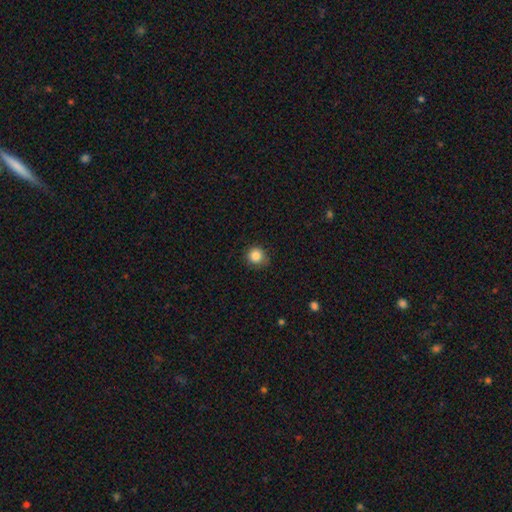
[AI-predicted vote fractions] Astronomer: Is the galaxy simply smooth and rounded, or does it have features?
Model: smooth — 85%.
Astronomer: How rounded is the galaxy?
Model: round — 90%.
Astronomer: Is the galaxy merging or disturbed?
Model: none — 82%.